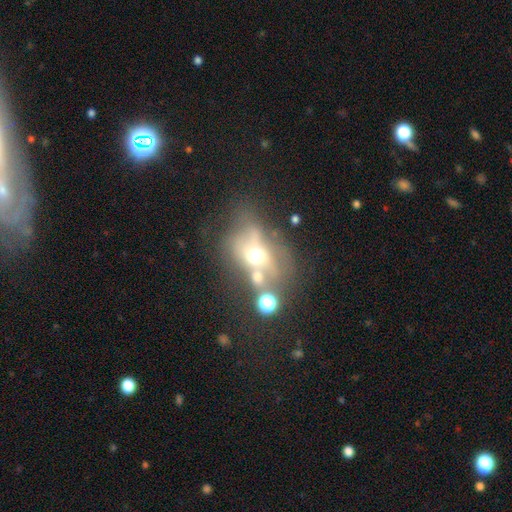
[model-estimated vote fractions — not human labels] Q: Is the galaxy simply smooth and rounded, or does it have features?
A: featured or disk — 42%.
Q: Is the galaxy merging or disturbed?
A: merger — 34%.